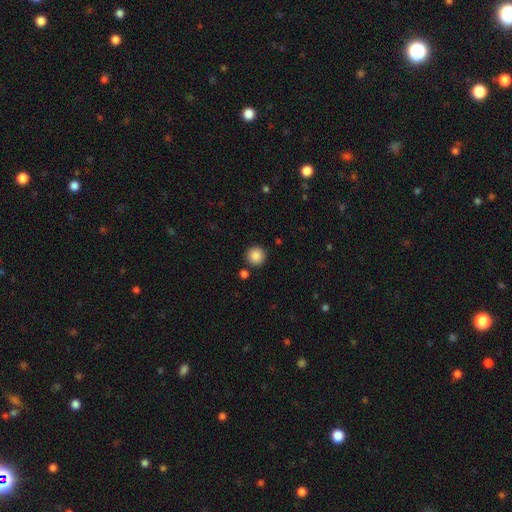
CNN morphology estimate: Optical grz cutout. It shows a smooth galaxy with no disk features (88%) that is round (95%). Merging: none (89%).